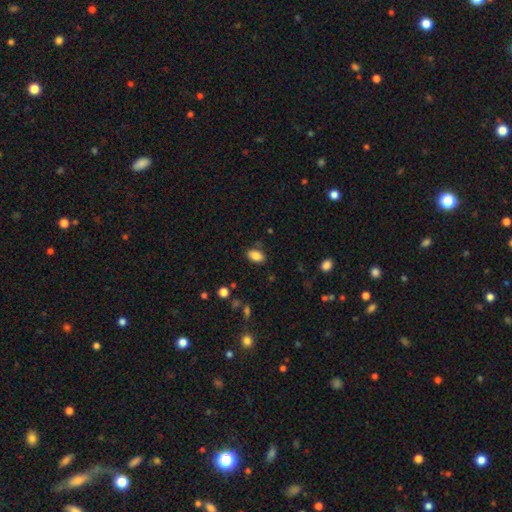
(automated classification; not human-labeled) A smooth galaxy with no disk features (86%) that is in between round and cigar-shaped (91%).

Vote fractions:
- Smooth or featured? smooth: 86% / star or artifact: 9% / featured or disk: 5%
- How rounded? in between: 91% / round: 6% / cigar-shaped: 4%
- Merging? none: 82% / minor disturbance: 13% / major disturbance: 3% / merger: 2%